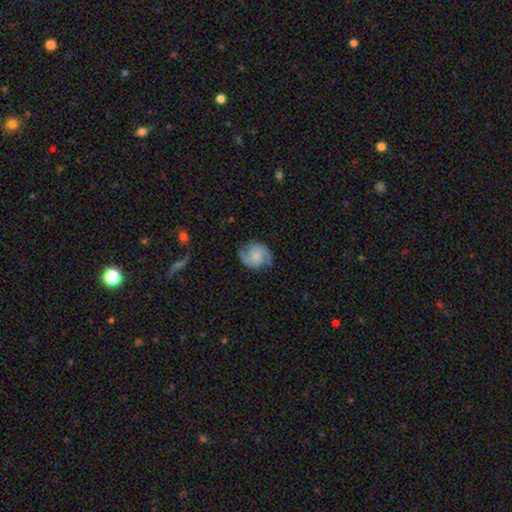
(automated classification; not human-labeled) smooth_or_featured: featured or disk (p=0.83) [alt: smooth p=0.11]
disk_edge_on: no (p=0.98) [alt: yes p=0.02]
bar: no (p=0.67) [alt: weak p=0.27]
has_spiral_arms: yes (p=0.97) [alt: no p=0.03]
spiral_winding: medium (p=0.54) [alt: tight p=0.26]
spiral_arm_count: 2 (p=0.92) [alt: can't tell p=0.02]
bulge_size: small (p=0.45) [alt: moderate p=0.25]
merging: none (p=0.80) [alt: minor disturbance p=0.14]